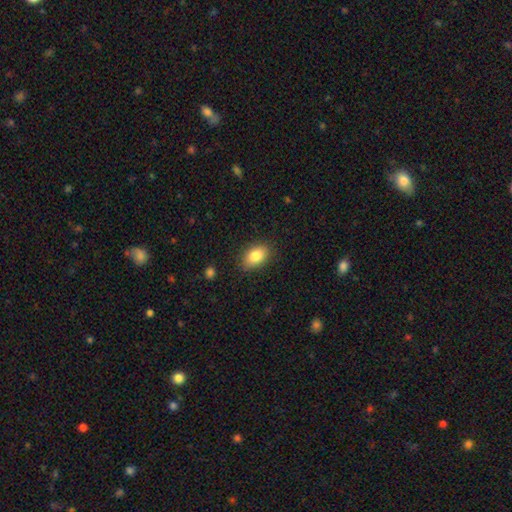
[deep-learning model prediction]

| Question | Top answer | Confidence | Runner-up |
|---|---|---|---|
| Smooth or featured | smooth | 84% | featured or disk (8%) |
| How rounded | in between | 88% | round (10%) |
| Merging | none | 85% | minor disturbance (11%) |